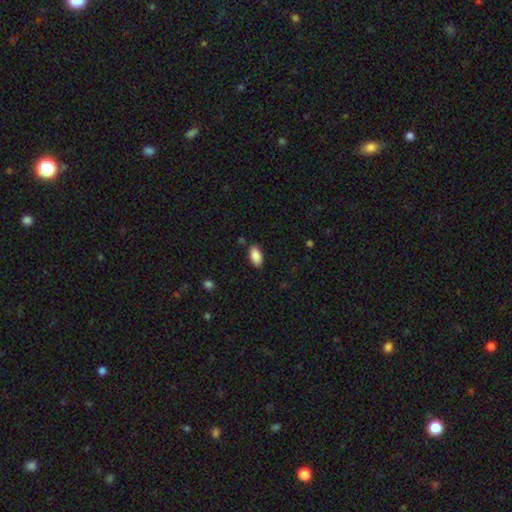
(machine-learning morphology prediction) type=smooth (88%); roundness=in between (94%); merging=none (85%).